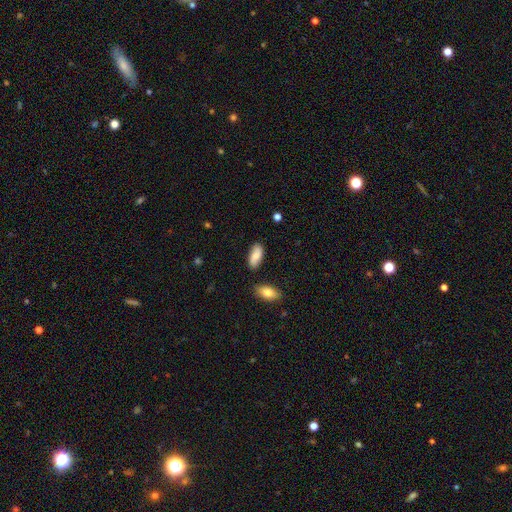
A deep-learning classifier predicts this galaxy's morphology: Smooth or featured: smooth — 82% (featured or disk — 12%)
How rounded: in between — 88% (cigar-shaped — 10%)
Merging: none — 80% (minor disturbance — 13%)